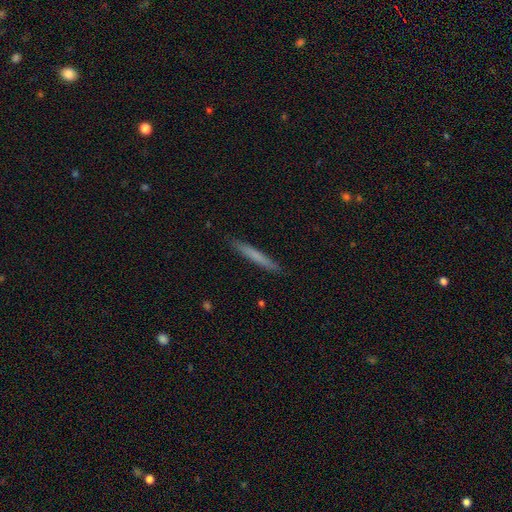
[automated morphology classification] A smooth galaxy with no disk features (68%) that is cigar-shaped (96%). Merging: none (91%).